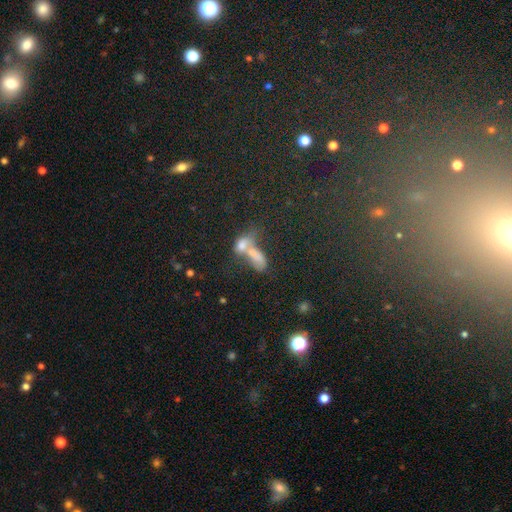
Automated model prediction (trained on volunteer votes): Smooth or featured? smooth (62%)
How rounded? in between (78%)
Merging? merger (72%)